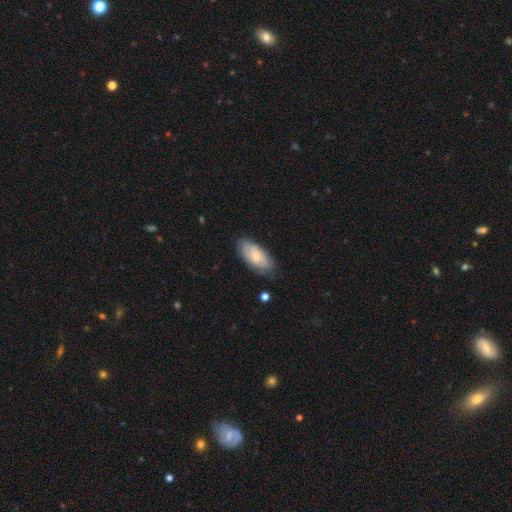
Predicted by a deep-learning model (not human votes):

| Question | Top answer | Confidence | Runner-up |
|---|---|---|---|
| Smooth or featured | smooth | 53% | featured or disk (40%) |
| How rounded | in between | 89% | cigar-shaped (9%) |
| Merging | none | 73% | minor disturbance (21%) |